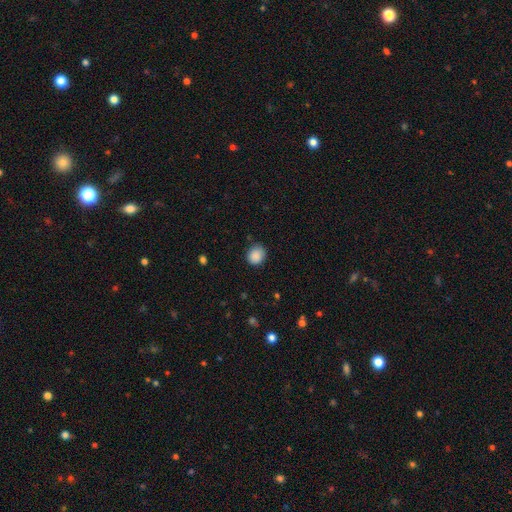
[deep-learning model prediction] This appears to be a smooth galaxy with no disk features (88%) that is round (77%). Merging: none (82%).